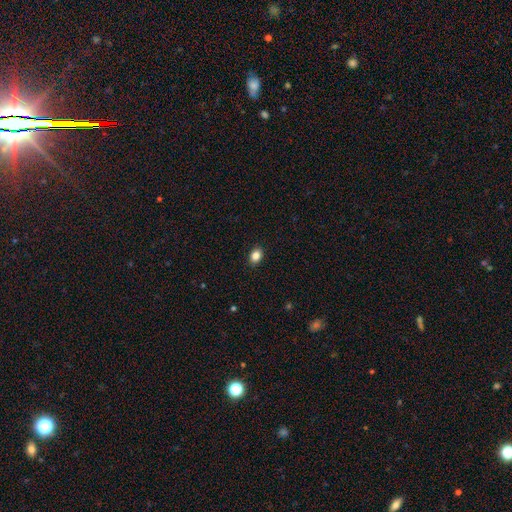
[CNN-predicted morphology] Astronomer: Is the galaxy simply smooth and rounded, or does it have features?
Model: smooth — 85%.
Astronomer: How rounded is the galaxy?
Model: in between — 70%.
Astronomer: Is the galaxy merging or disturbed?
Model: none — 90%.